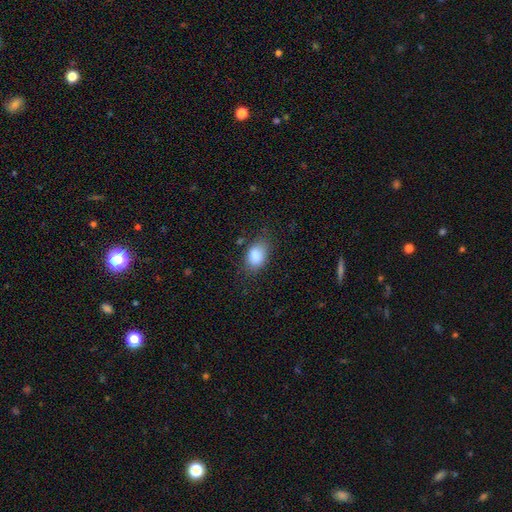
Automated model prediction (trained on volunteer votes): This is clearly a smooth galaxy (87%). How rounded: clearly in between (83%). Merging: likely none (70%).